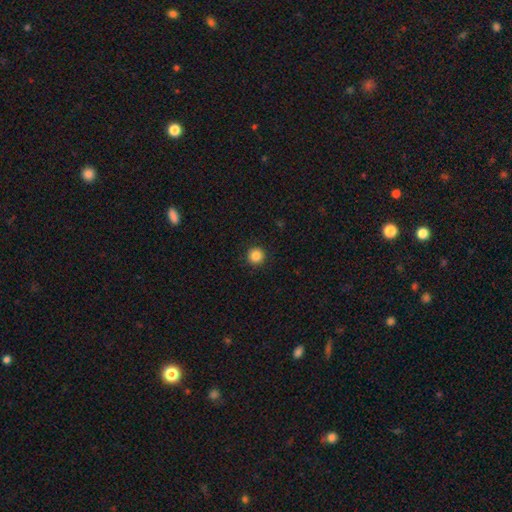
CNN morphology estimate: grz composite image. It shows a smooth galaxy with no disk features (86%) that is round (96%). Merging: none (93%).